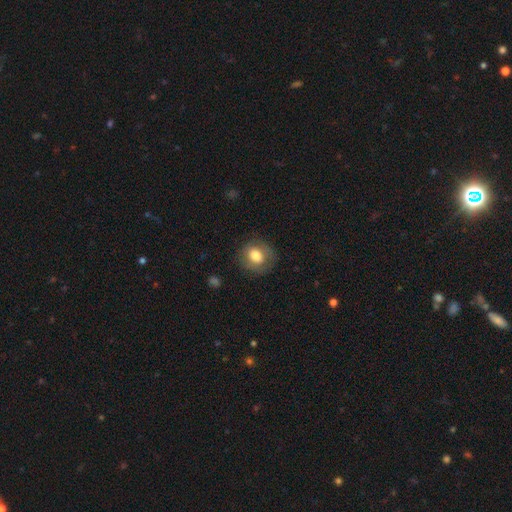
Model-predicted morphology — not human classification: This appears to be a smooth galaxy with no disk features (74%) that is round (63%). Merging: none (79%).